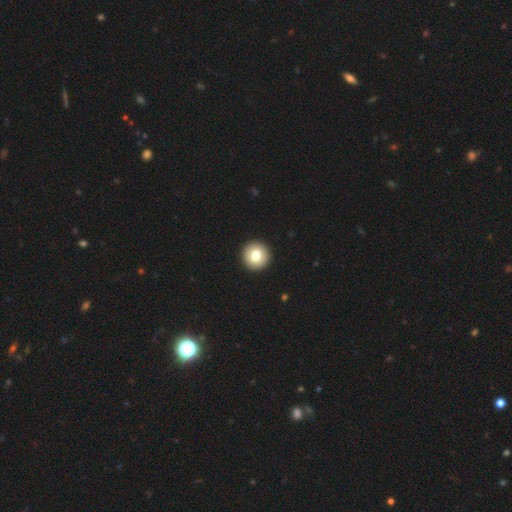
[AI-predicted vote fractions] smooth-or-featured: smooth: 78% | featured or disk: 13% | star or artifact: 8%
  how-rounded: round: 96% | in between: 3% | cigar-shaped: 1%
  merging: none: 94% | minor disturbance: 3% | major disturbance: 1% | merger: 1%